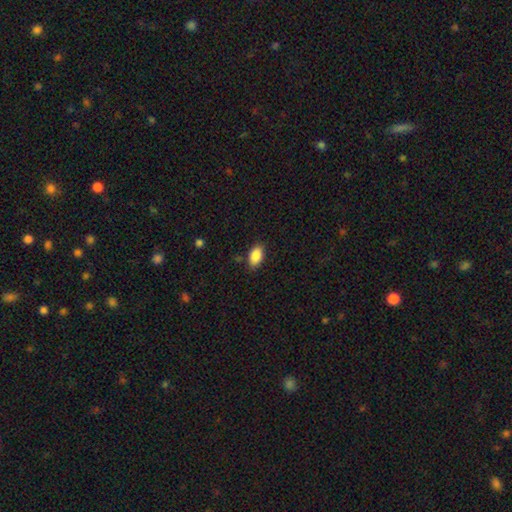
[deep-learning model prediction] A smooth galaxy with no disk features (88%) that is in between round and cigar-shaped (93%).

Vote fractions:
- Smooth or featured? smooth: 88% / star or artifact: 7% / featured or disk: 4%
- How rounded? in between: 93% / round: 5% / cigar-shaped: 2%
- Merging? none: 85% / minor disturbance: 11% / major disturbance: 3% / merger: 1%